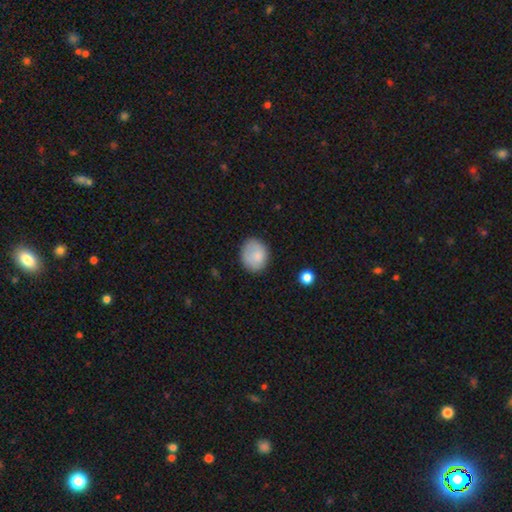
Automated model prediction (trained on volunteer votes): Smooth or featured? Predicted: smooth (p=0.83). How rounded? Predicted: round (p=0.52). Merging? Predicted: none (p=0.75).